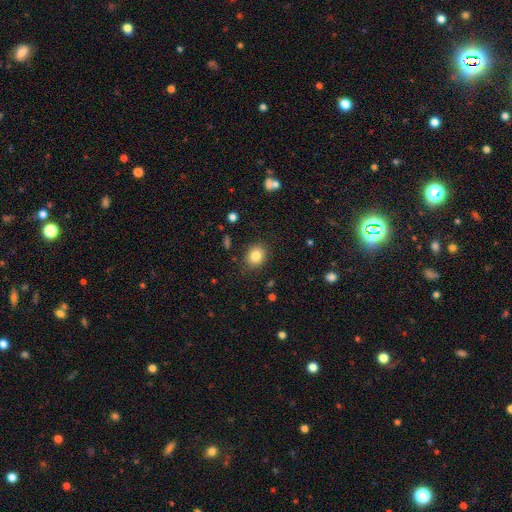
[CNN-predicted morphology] smooth 83%, star or artifact 10%, featured or disk 7%. Down the decision tree: how rounded — round (62%); merging — none (86%).